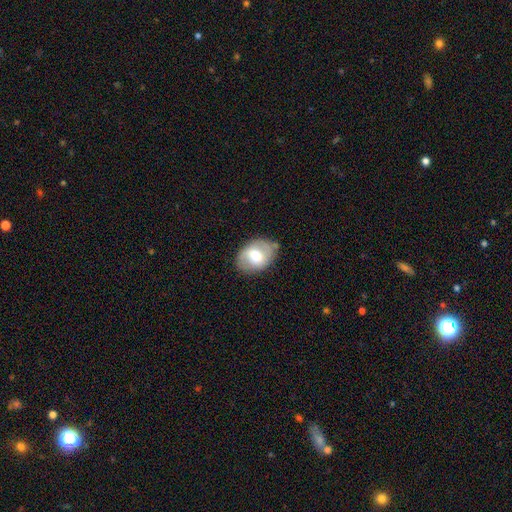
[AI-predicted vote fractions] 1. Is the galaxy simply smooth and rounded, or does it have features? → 53% smooth, 40% featured or disk, 7% star or artifact.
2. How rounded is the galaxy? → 73% in between, 25% round, 1% cigar-shaped.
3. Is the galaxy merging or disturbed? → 75% none, 18% minor disturbance, 5% major disturbance, 2% merger.